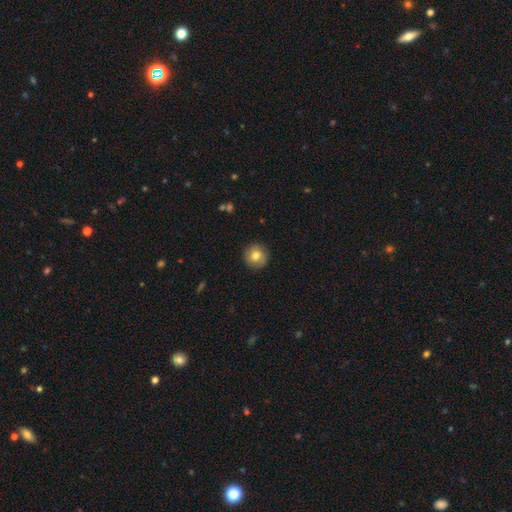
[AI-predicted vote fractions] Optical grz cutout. It shows a smooth galaxy with no disk features (77%) that is round (94%). Merging: none (89%).